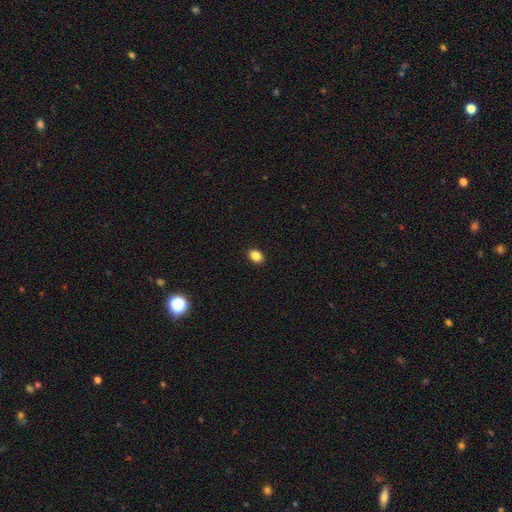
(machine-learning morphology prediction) This is clearly a smooth galaxy (86%). How rounded: likely in between (71%). Merging: clearly none (91%).